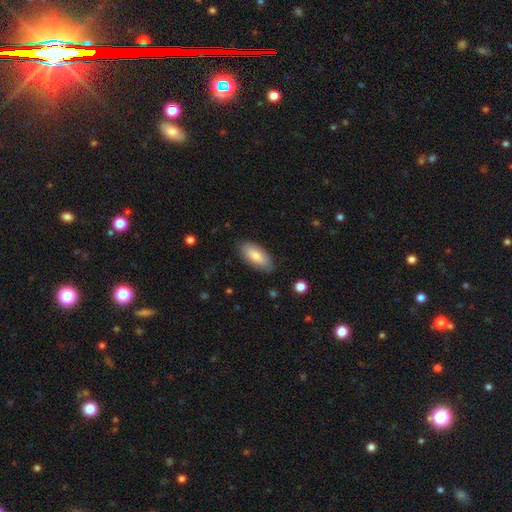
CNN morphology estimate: Smooth or featured? smooth (81%)
How rounded? in between (86%)
Merging? none (83%)